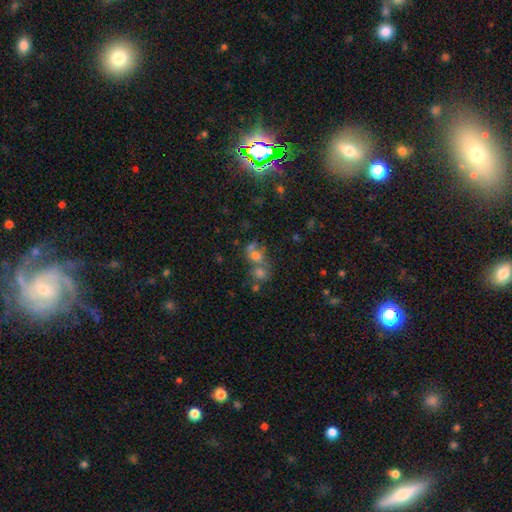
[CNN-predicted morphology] Smooth or featured: smooth — 60% (featured or disk — 21%)
How rounded: round — 54% (in between — 44%)
Merging: merger — 56% (none — 27%)